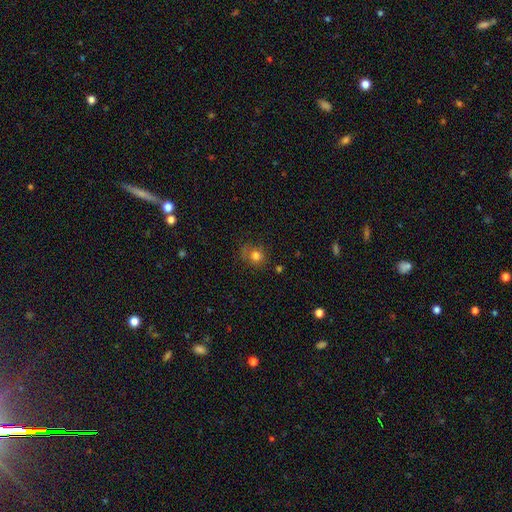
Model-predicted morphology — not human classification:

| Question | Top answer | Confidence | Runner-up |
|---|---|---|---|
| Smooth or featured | smooth | 77% | star or artifact (13%) |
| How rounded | round | 82% | in between (17%) |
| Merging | none | 67% | minor disturbance (21%) |